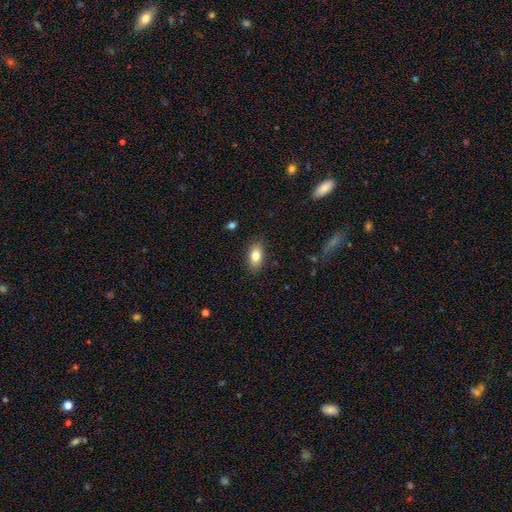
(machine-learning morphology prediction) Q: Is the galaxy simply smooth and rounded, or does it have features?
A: smooth — 82%.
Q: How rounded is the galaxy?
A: in between — 90%.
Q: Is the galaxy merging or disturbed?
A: none — 86%.